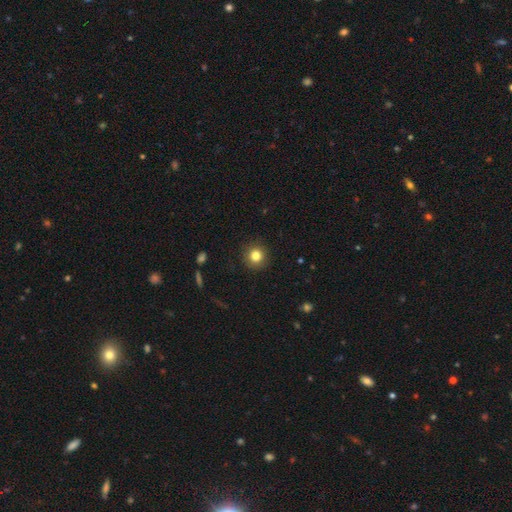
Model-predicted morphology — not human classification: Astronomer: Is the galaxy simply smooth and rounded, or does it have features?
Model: smooth — 82%.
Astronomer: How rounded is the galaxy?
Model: round — 93%.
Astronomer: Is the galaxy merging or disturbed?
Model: none — 91%.